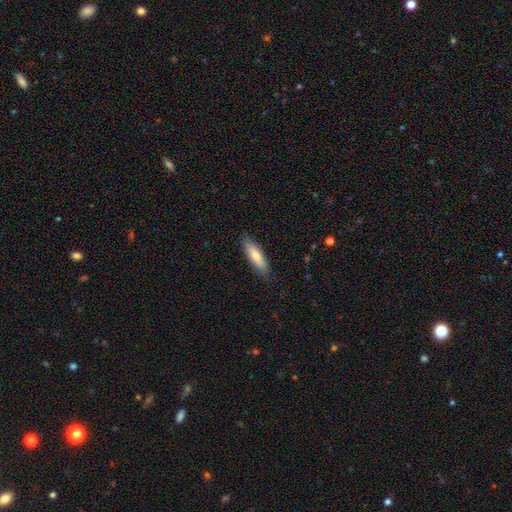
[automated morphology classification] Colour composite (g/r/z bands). It shows a smooth galaxy with no disk features (74%) that is cigar-shaped (59%). Merging: none (86%).